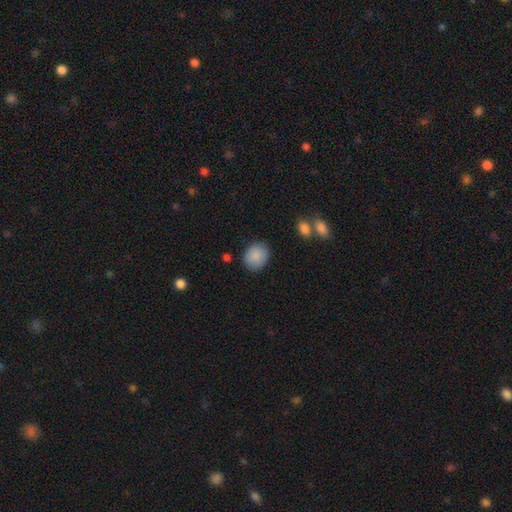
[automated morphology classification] A smooth galaxy with no disk features (89%) that is round (62%).

Vote fractions:
- Smooth or featured? smooth: 89% / star or artifact: 7% / featured or disk: 4%
- How rounded? round: 62% / in between: 37% / cigar-shaped: 1%
- Merging? none: 86% / minor disturbance: 10% / major disturbance: 3% / merger: 2%